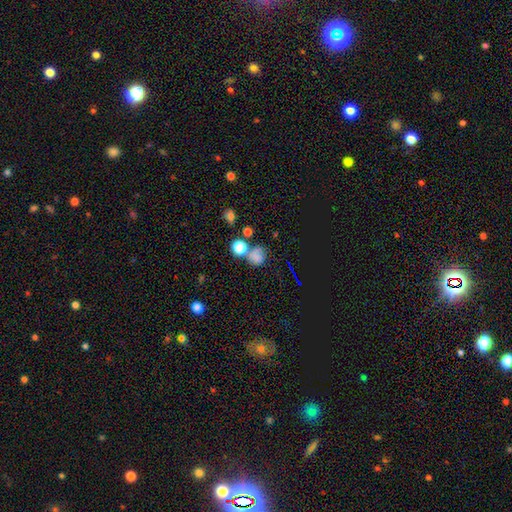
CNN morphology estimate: A smooth galaxy with no disk features (60%) that is round (74%).

Vote fractions:
- Smooth or featured? smooth: 60% / star or artifact: 25% / featured or disk: 15%
- How rounded? round: 74% / in between: 25% / cigar-shaped: 1%
- Merging? none: 43% / merger: 29% / minor disturbance: 15% / major disturbance: 13%